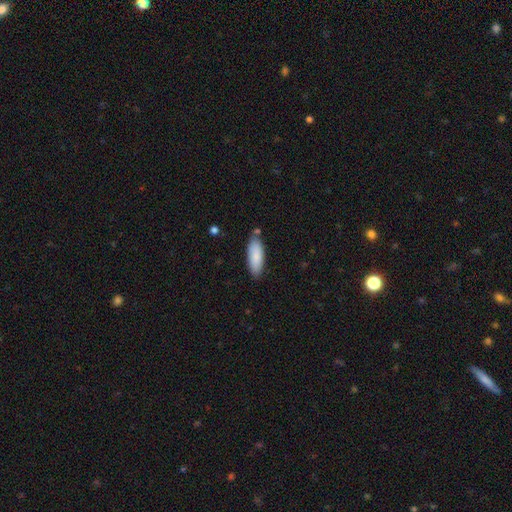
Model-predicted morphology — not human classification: smooth 86%, featured or disk 8%, star or artifact 6%. Down the decision tree: how rounded — in between (67%); merging — none (78%).